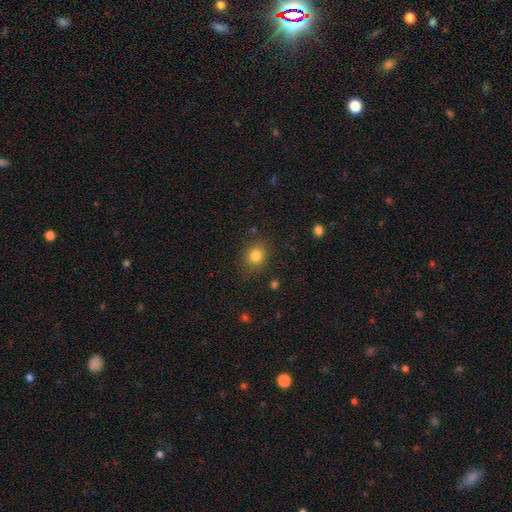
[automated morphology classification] Smooth or featured? Predicted: smooth (p=0.82). How rounded? Predicted: round (p=0.73). Merging? Predicted: none (p=0.85).